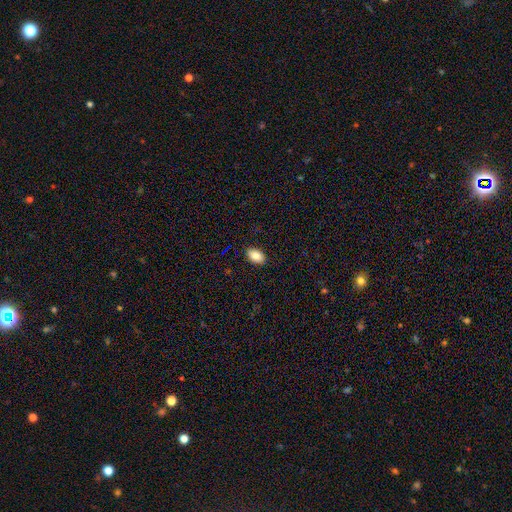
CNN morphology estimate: The model was most divided on "smooth or featured": smooth: 84%, featured or disk: 8%, star or artifact: 8%. More confident: how rounded — in between (91%); merging — none (89%).